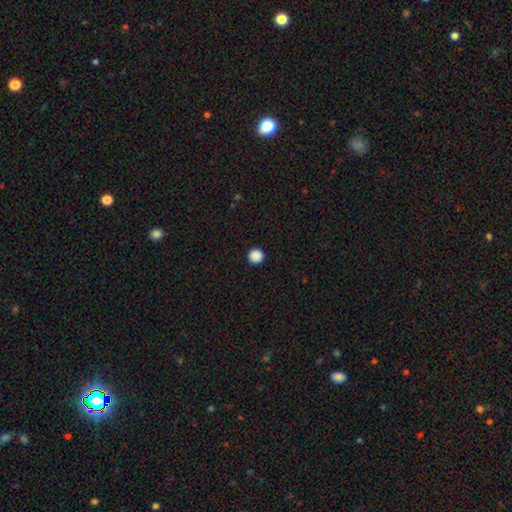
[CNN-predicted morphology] This appears to be a smooth galaxy with no disk features (89%) that is round (94%). Merging: none (93%).